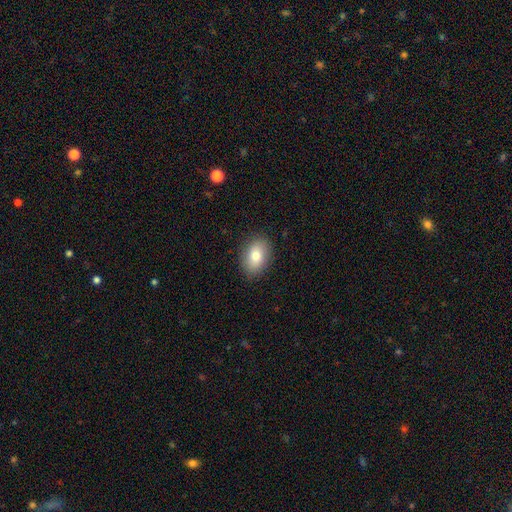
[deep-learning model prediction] A smooth galaxy with no disk features (80%) that is in between round and cigar-shaped (80%). Merging: none (88%).